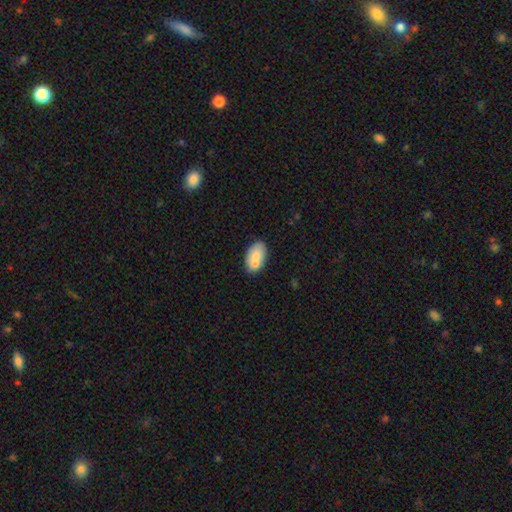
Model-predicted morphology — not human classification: Smooth or featured? Predicted: smooth (p=0.74). How rounded? Predicted: in between (p=0.92). Merging? Predicted: none (p=0.58).